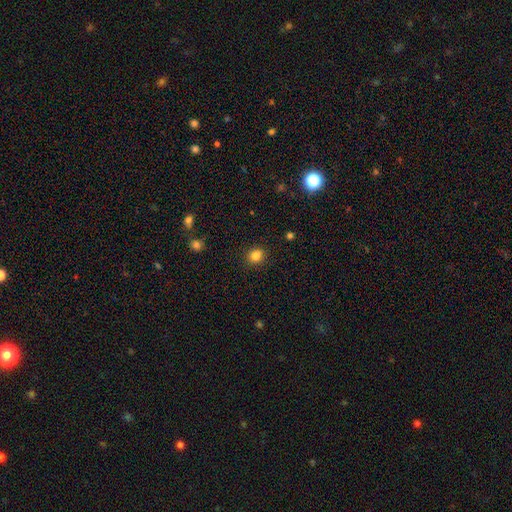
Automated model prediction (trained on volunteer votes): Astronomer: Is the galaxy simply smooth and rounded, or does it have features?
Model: smooth — 83%.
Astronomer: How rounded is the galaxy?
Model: round — 75%.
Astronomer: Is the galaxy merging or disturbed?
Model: none — 89%.